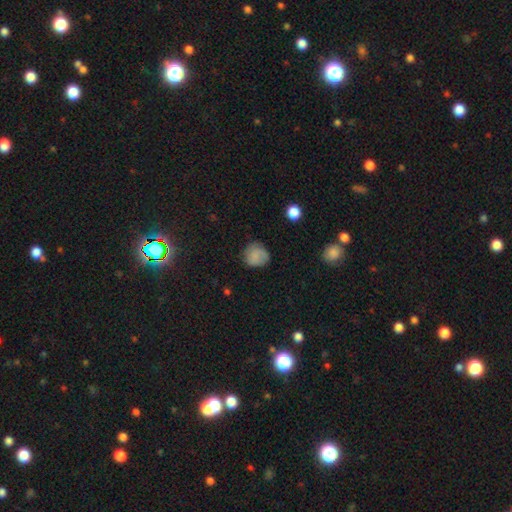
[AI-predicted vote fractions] Smooth or featured: smooth — 71% (featured or disk — 20%)
How rounded: round — 81% (in between — 18%)
Merging: none — 69% (minor disturbance — 23%)